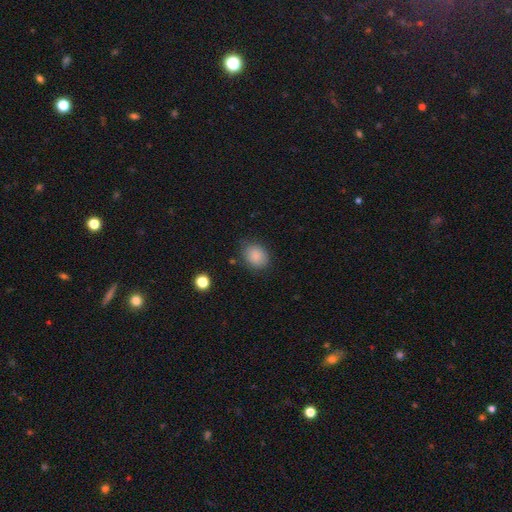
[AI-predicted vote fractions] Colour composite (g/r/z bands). It shows a smooth galaxy with no disk features (86%) that is round (53%). Merging: none (78%).